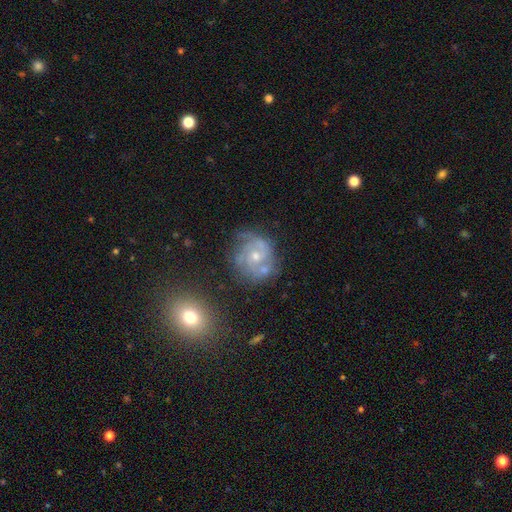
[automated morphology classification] smooth-or-featured: featured or disk: 78% | smooth: 13% | star or artifact: 9%
  disk-edge-on: no: 98% | yes: 2%
    bar: no: 71% | weak: 24% | strong: 4%
    has-spiral-arms: yes: 91% | no: 9%
      spiral-winding: tight: 50% | medium: 39% | loose: 11%
      spiral-arm-count: 2: 34% | 3: 29% | can't tell: 22% | 1: 6% | 4: 5% | more than 4: 4%
    bulge-size: small: 50% | moderate: 46% | none: 2% | large: 1% | dominant: 1%
  merging: none: 60% | minor disturbance: 20% | merger: 11% | major disturbance: 10%